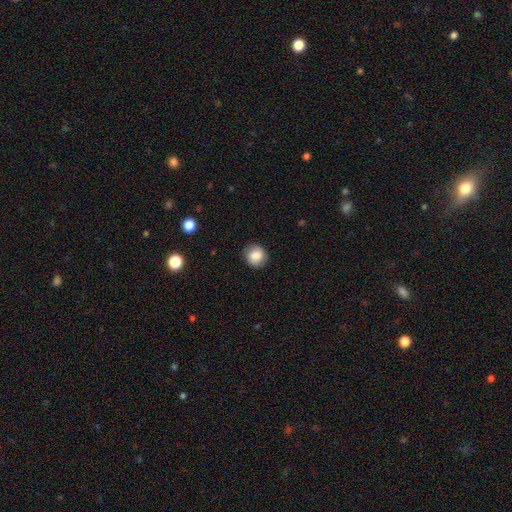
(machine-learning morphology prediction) smooth-or-featured: smooth: 83% | star or artifact: 9% | featured or disk: 8%
  how-rounded: round: 86% | in between: 13% | cigar-shaped: 1%
  merging: none: 86% | minor disturbance: 11% | major disturbance: 3% | merger: 1%